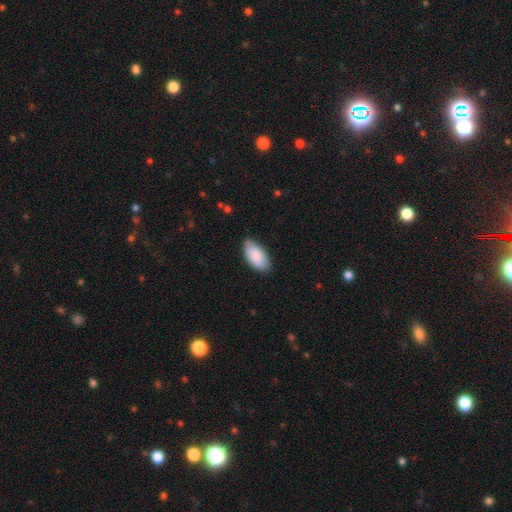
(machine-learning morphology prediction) type=smooth (87%); roundness=in between (95%); merging=none (74%).